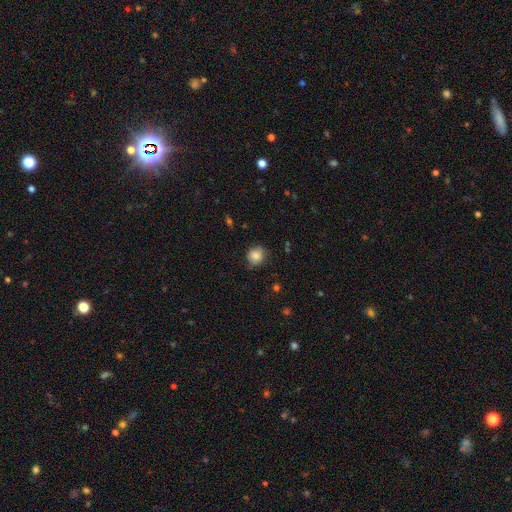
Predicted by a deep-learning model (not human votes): smooth_or_featured: smooth (p=0.83) [alt: star or artifact p=0.09]
how_rounded: round (p=0.85) [alt: in between p=0.14]
merging: none (p=0.77) [alt: minor disturbance p=0.18]